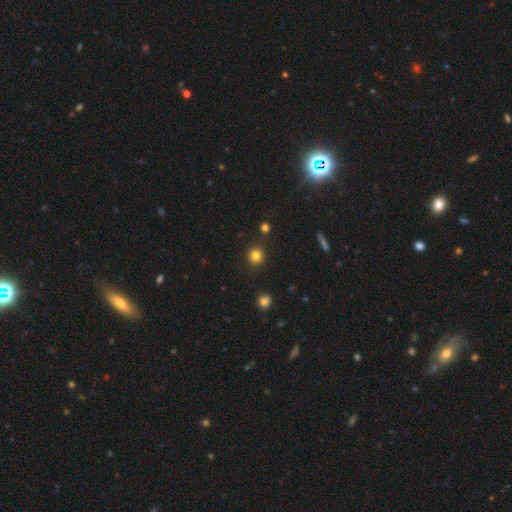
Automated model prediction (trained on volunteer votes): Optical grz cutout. It shows a smooth galaxy with no disk features (81%) that is round (91%). Merging: none (89%).